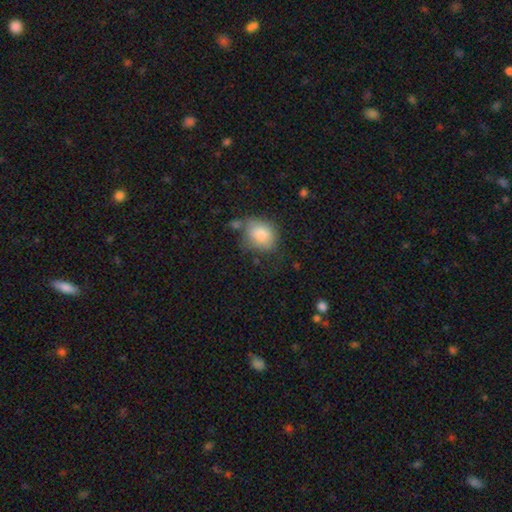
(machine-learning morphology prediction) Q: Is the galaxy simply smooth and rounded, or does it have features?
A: smooth — 66%.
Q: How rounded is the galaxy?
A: round — 72%.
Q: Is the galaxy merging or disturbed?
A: none — 75%.